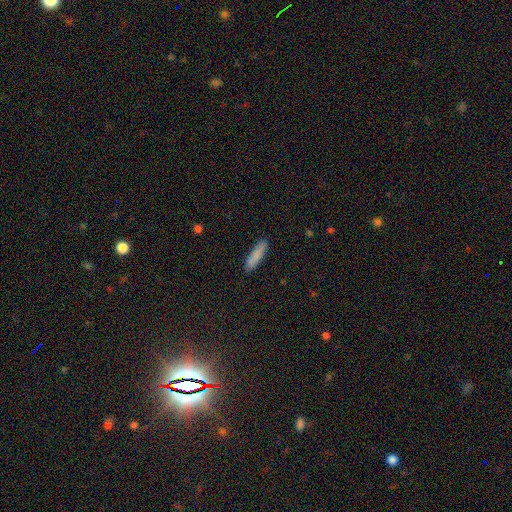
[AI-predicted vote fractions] Smooth or featured? smooth (85%)
How rounded? cigar-shaped (76%)
Merging? none (89%)